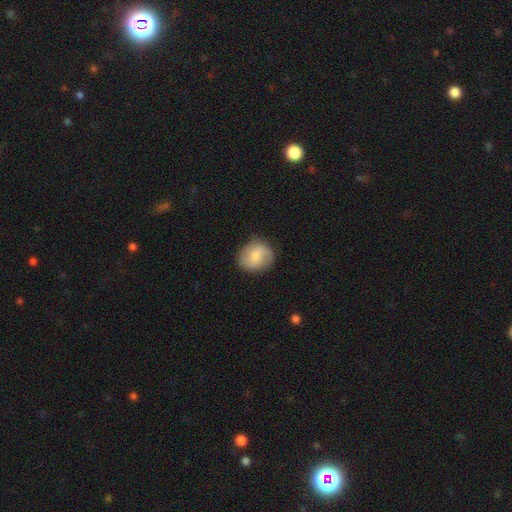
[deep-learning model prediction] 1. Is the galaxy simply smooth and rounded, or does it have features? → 60% smooth, 33% featured or disk, 7% star or artifact.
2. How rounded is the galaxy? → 73% round, 26% in between, 1% cigar-shaped.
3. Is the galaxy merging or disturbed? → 77% none, 17% minor disturbance, 5% major disturbance, 1% merger.